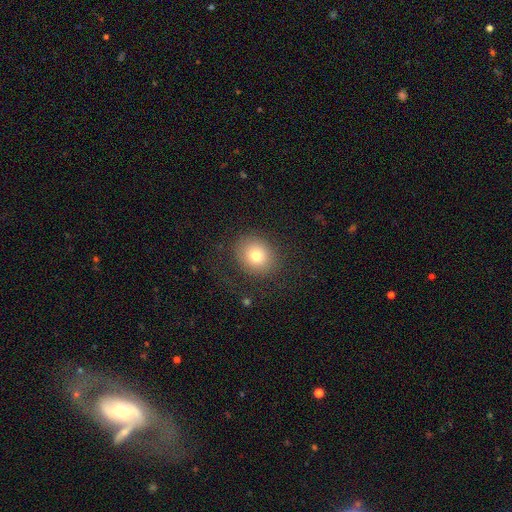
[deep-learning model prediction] This is likely a smooth galaxy (76%). How rounded: likely round (70%). Merging: clearly none (81%).